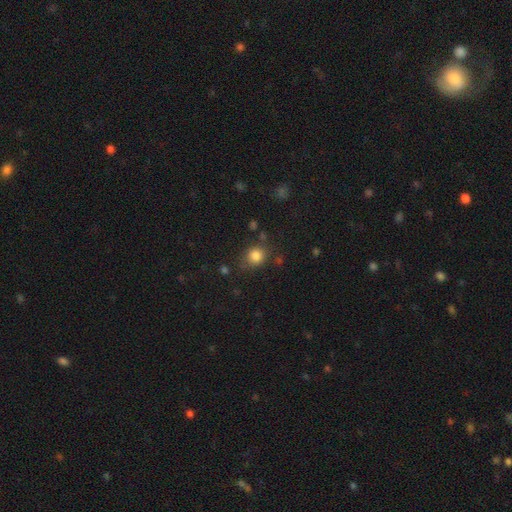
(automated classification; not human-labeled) Overall: smooth (83%). How rounded: round (79%). Merging: none (76%).